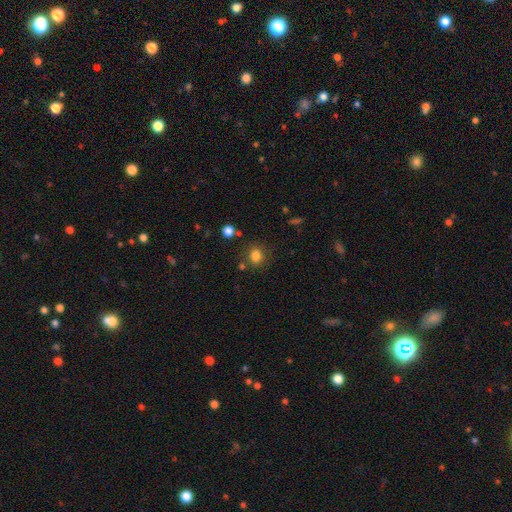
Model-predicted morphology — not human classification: smooth_or_featured: smooth (p=0.82) [alt: star or artifact p=0.13]
how_rounded: round (p=0.66) [alt: in between p=0.33]
merging: none (p=0.78) [alt: minor disturbance p=0.12]